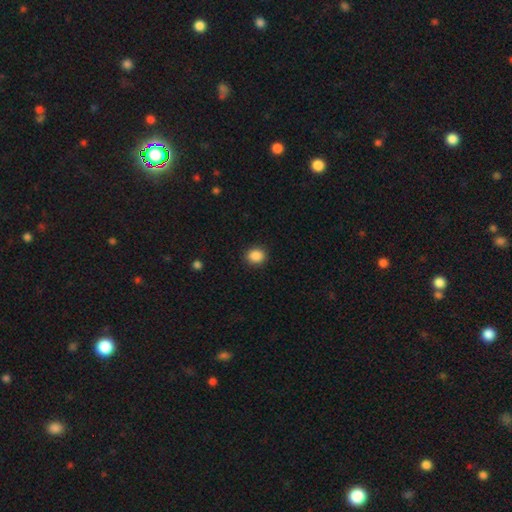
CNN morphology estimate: A smooth galaxy with no disk features (88%) that is round (72%).

Vote fractions:
- Smooth or featured? smooth: 88% / star or artifact: 9% / featured or disk: 3%
- How rounded? round: 72% / in between: 27% / cigar-shaped: 1%
- Merging? none: 90% / minor disturbance: 7% / major disturbance: 2% / merger: 1%